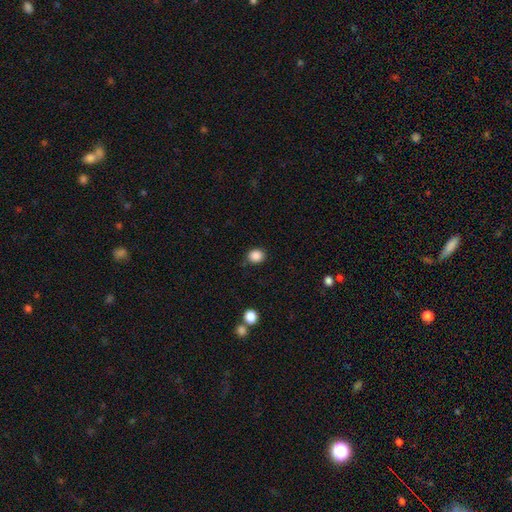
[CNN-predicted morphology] Q: Smooth or featured?
A: smooth (87%); runner-up: star or artifact (10%)
Q: How rounded?
A: round (70%); runner-up: in between (29%)
Q: Merging?
A: none (83%); runner-up: minor disturbance (12%)